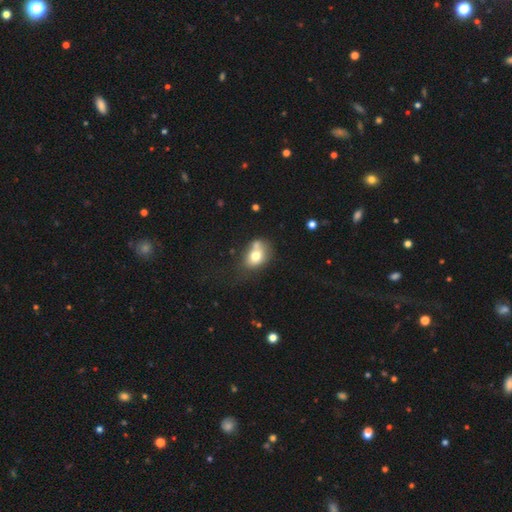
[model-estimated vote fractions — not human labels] This is likely a smooth galaxy (70%). How rounded: likely in between (63%). Merging: marginally none (36%).